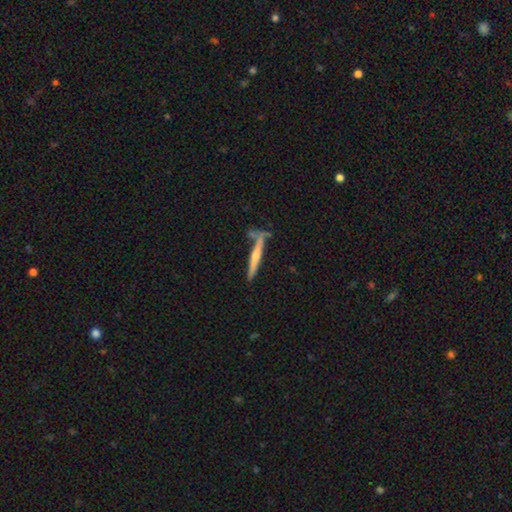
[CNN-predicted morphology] Smooth or featured?
  - featured or disk: 60% *
  - smooth: 33%
  - star or artifact: 6%
Edge-on disk?
  - yes: 96% *
  - no: 4%
Edge-on bulge?
  - rounded: 69% *
  - none: 24%
  - boxy: 7%
Merging?
  - none: 73% *
  - minor disturbance: 14%
  - merger: 9%
  - major disturbance: 4%